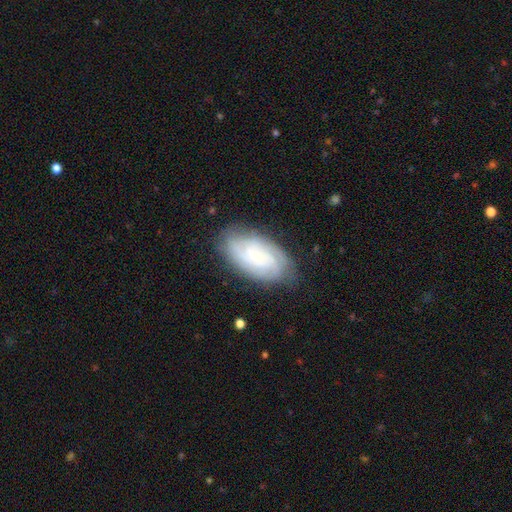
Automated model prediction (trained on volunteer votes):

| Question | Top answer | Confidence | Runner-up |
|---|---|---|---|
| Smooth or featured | featured or disk | 71% | smooth (21%) |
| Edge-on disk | no | 96% | yes (4%) |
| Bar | no | 73% | weak (23%) |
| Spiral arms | yes | 93% | no (7%) |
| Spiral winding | tight | 69% | medium (25%) |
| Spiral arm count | can't tell | 40% | 2 (20%) |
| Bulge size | small | 79% | moderate (13%) |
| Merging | none | 77% | minor disturbance (17%) |